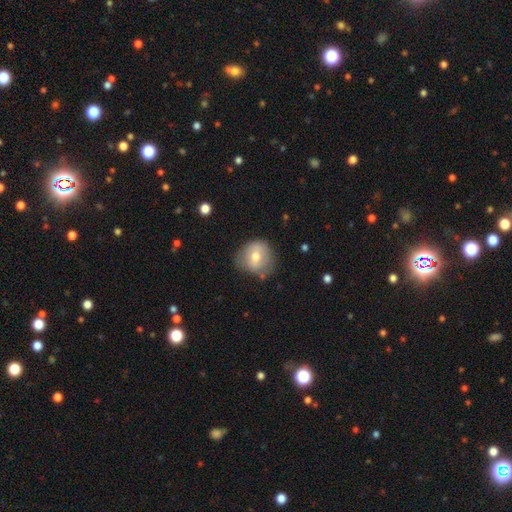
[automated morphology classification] type=smooth (64%); roundness=round (80%); merging=none (66%).